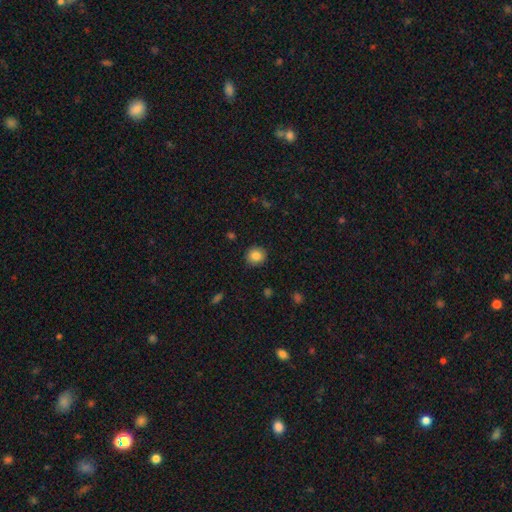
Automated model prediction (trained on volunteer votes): This is clearly a smooth galaxy (86%). How rounded: clearly round (88%). Merging: clearly none (90%).